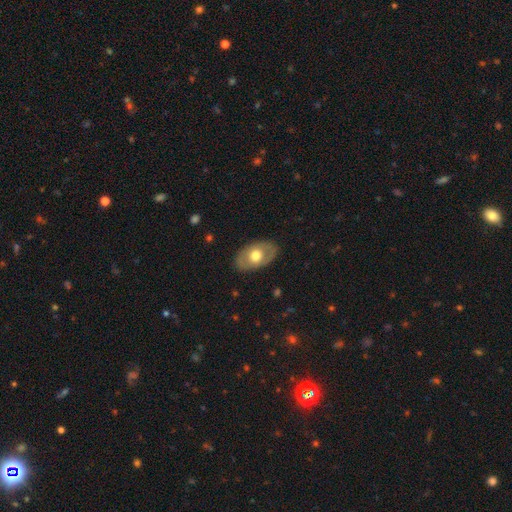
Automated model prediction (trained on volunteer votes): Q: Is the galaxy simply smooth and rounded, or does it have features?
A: smooth — 56%.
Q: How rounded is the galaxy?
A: in between — 87%.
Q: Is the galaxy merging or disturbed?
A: none — 83%.